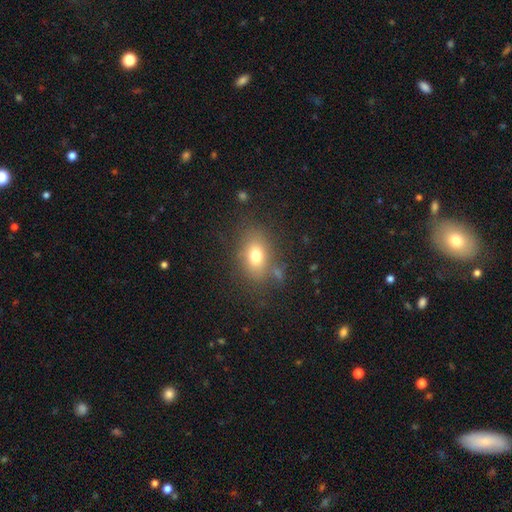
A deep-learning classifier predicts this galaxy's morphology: Smooth or featured? smooth (73%)
How rounded? in between (75%)
Merging? none (74%)